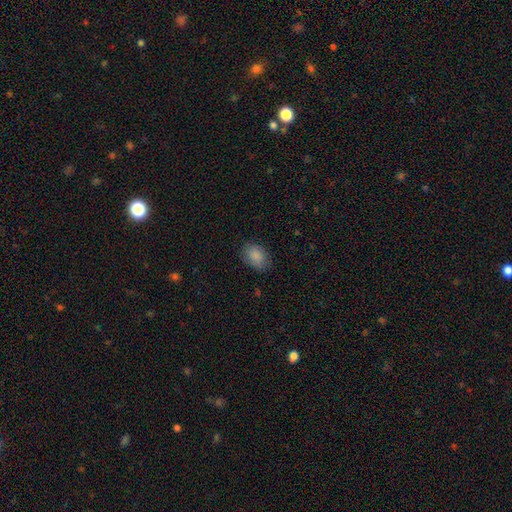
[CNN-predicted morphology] Smooth or featured?
  - smooth: 87% *
  - star or artifact: 7%
  - featured or disk: 6%
How rounded?
  - in between: 84% *
  - round: 15%
  - cigar-shaped: 1%
Merging?
  - none: 80% *
  - minor disturbance: 15%
  - major disturbance: 4%
  - merger: 1%